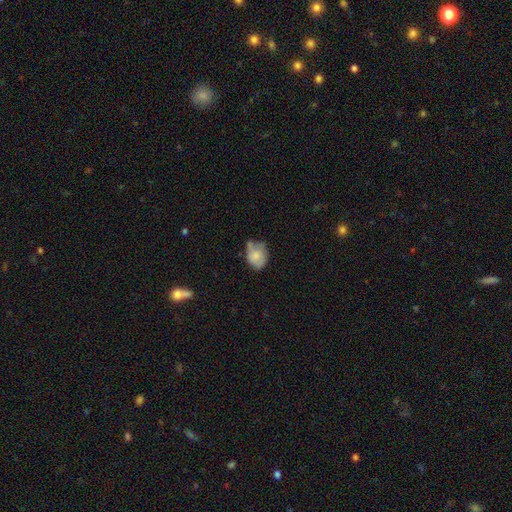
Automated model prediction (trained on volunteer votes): This appears to be a smooth galaxy with no disk features (73%) that is in between round and cigar-shaped (59%). Merging: none (38%).